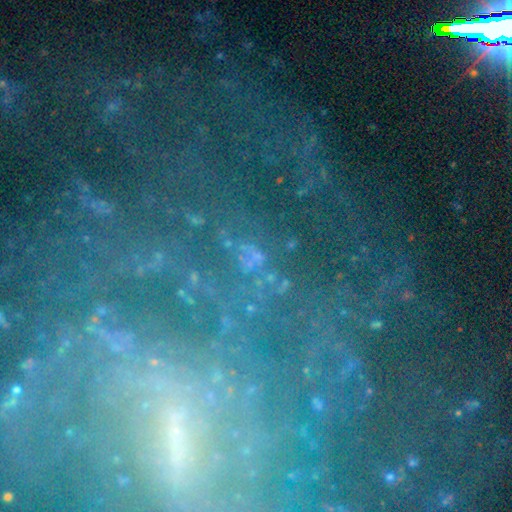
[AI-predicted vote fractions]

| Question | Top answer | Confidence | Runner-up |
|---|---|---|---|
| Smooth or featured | star or artifact | 62% | featured or disk (20%) |